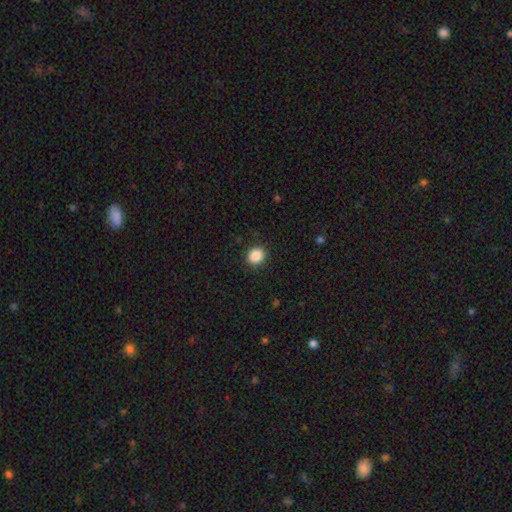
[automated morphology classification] Smooth or featured? smooth (87%)
How rounded? round (77%)
Merging? none (90%)